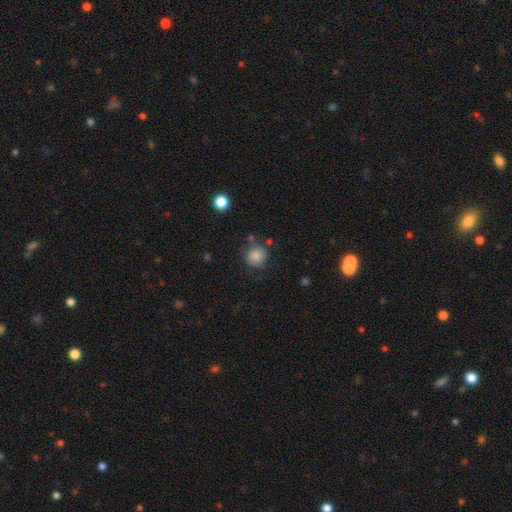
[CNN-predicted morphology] A smooth galaxy with no disk features (83%) that is round (88%).

Vote fractions:
- Smooth or featured? smooth: 83% / star or artifact: 10% / featured or disk: 7%
- How rounded? round: 88% / in between: 11% / cigar-shaped: 1%
- Merging? none: 76% / minor disturbance: 14% / merger: 5% / major disturbance: 5%